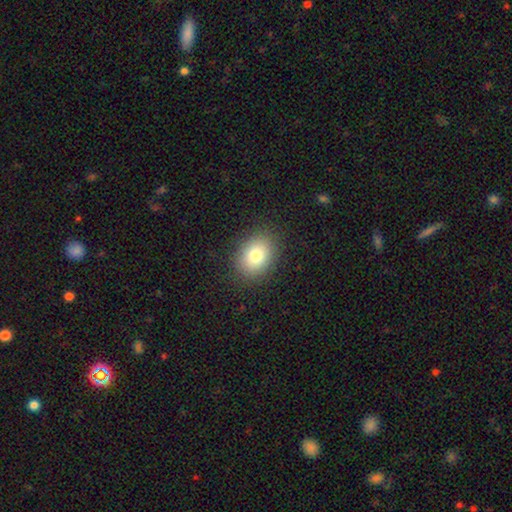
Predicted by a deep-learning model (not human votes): This is clearly a smooth galaxy (81%). How rounded: likely in between (62%). Merging: clearly none (87%).